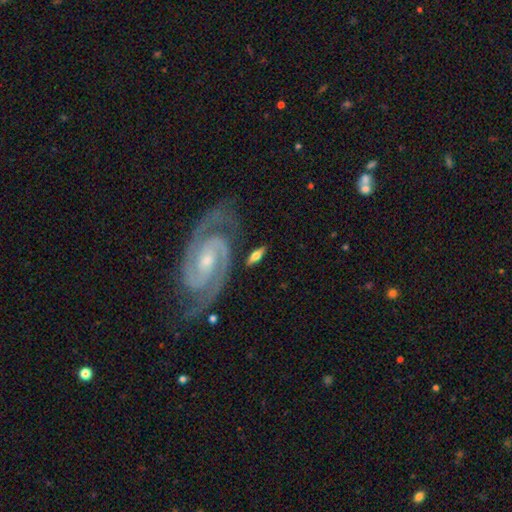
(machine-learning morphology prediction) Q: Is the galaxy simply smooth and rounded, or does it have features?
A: featured or disk — 50%.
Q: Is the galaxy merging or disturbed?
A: none — 76%.